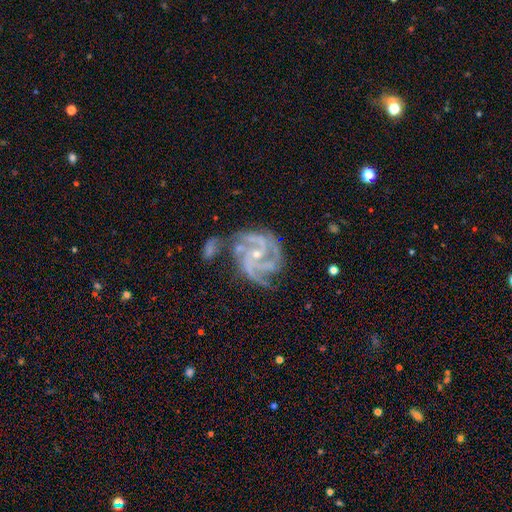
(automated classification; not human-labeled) Q: Smooth or featured?
A: featured or disk (92%); runner-up: star or artifact (5%)
Q: Edge-on disk?
A: no (98%); runner-up: yes (2%)
Q: Bar?
A: no (51%); runner-up: weak (33%)
Q: Spiral arms?
A: yes (98%); runner-up: no (2%)
Q: Spiral winding?
A: tight (47%); runner-up: medium (46%)
Q: Spiral arm count?
A: 3 (50%); runner-up: 4 (20%)
Q: Bulge size?
A: small (74%); runner-up: moderate (22%)
Q: Merging?
A: none (52%); runner-up: minor disturbance (22%)